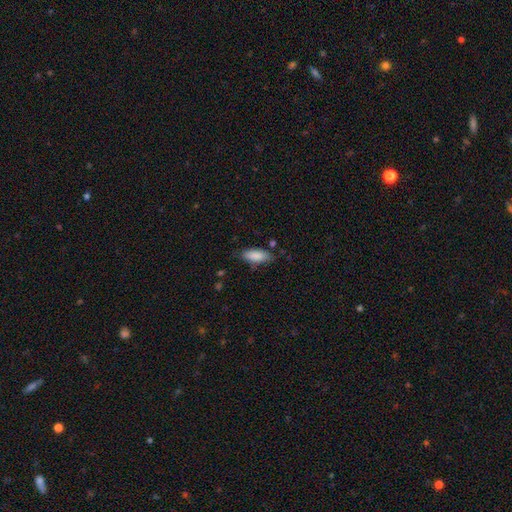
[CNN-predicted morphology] A smooth galaxy with no disk features (87%) that is in between round and cigar-shaped (82%). Merging: none (72%).